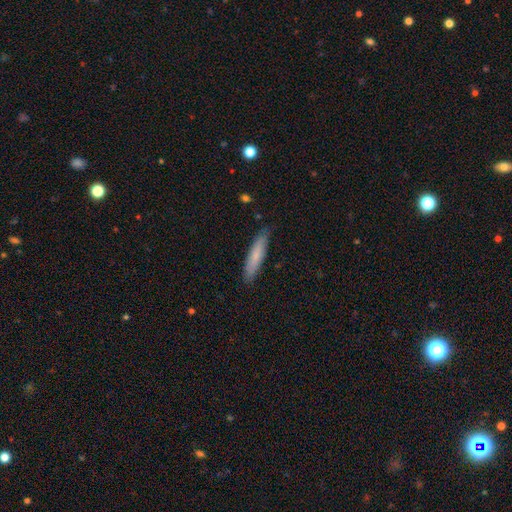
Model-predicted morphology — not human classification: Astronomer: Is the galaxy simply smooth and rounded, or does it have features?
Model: smooth — 72%.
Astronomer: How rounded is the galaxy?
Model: cigar-shaped — 84%.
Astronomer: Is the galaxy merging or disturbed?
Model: none — 84%.